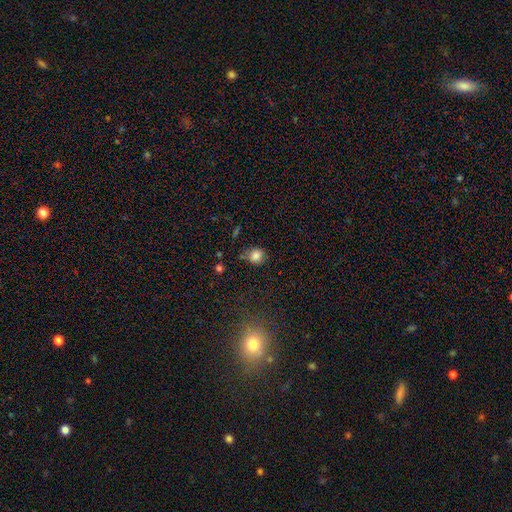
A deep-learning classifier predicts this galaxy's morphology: This is clearly a smooth galaxy (81%). How rounded: likely round (74%). Merging: likely none (63%).